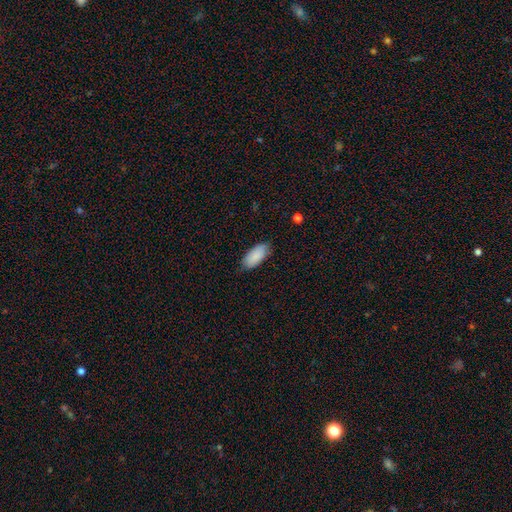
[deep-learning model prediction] Smooth or featured? smooth (87%)
How rounded? in between (92%)
Merging? none (78%)